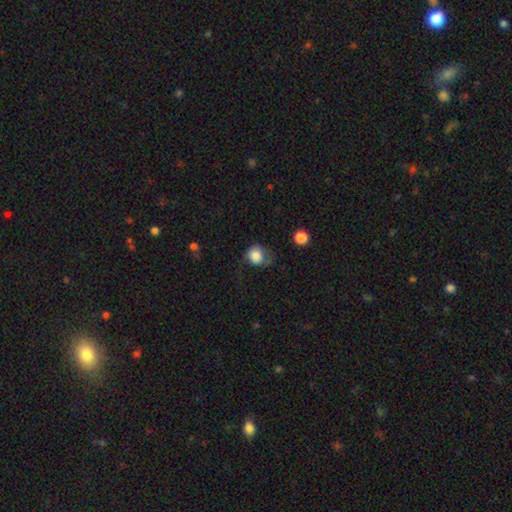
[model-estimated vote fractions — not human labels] A smooth galaxy with no disk features (82%) that is round (75%). Merging: none (39%).